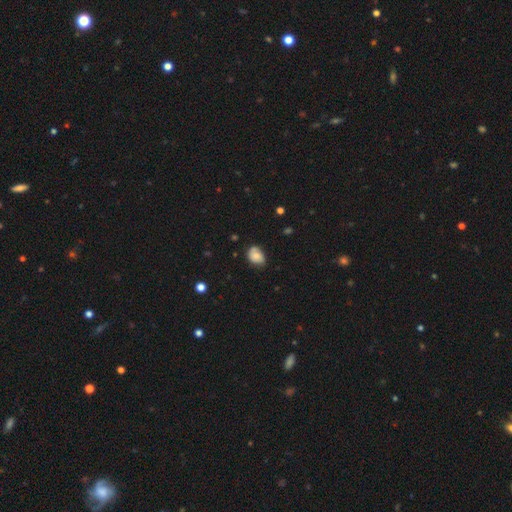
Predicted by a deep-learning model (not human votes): Smooth or featured?
  - smooth: 66% *
  - featured or disk: 25%
  - star or artifact: 9%
How rounded?
  - in between: 73% *
  - round: 25%
  - cigar-shaped: 1%
Merging?
  - none: 60% *
  - minor disturbance: 31%
  - major disturbance: 6%
  - merger: 2%